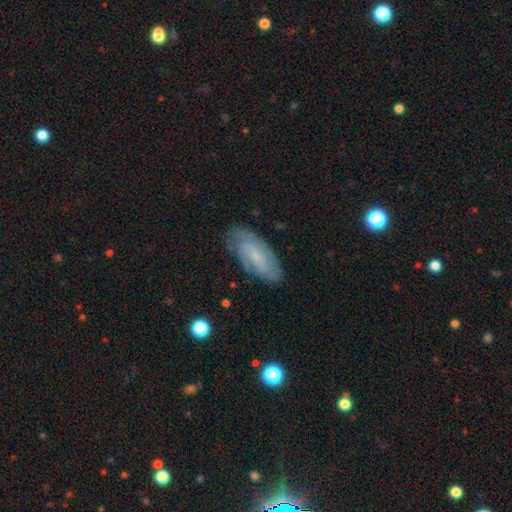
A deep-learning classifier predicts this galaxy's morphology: Smooth or featured? Predicted: featured or disk (p=0.63). Edge-on disk? Predicted: no (p=0.91). Bar? Predicted: weak (p=0.45). Spiral arms? Predicted: yes (p=0.88). Spiral winding? Predicted: tight (p=0.52). Spiral arm count? Predicted: 2 (p=0.43). Bulge size? Predicted: small (p=0.60). Merging? Predicted: none (p=0.75).